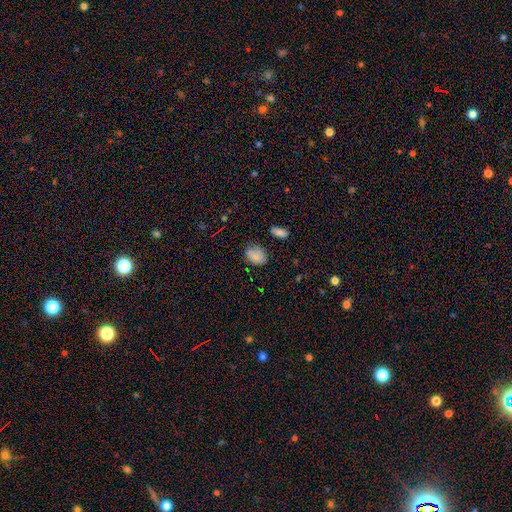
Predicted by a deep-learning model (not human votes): Q: Smooth or featured?
A: smooth (78%); runner-up: star or artifact (12%)
Q: How rounded?
A: in between (74%); runner-up: round (24%)
Q: Merging?
A: none (67%); runner-up: minor disturbance (23%)